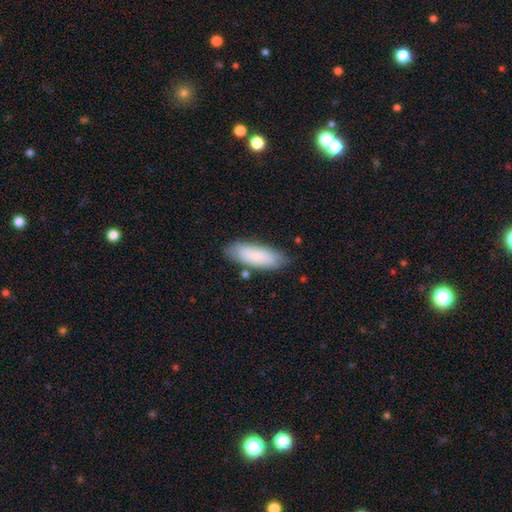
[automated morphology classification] This is clearly a smooth galaxy (84%). How rounded: likely in between (64%). Merging: likely none (79%).